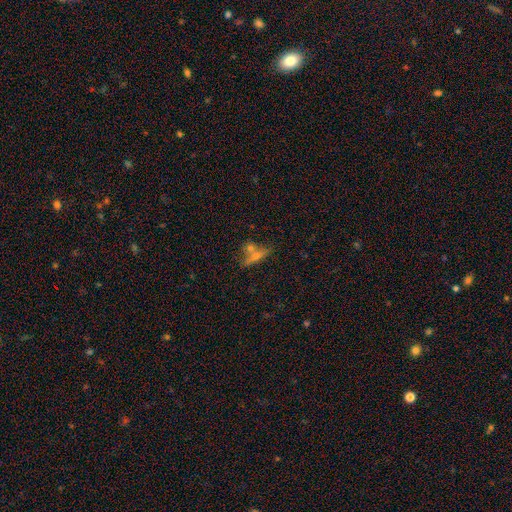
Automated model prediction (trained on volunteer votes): Smooth or featured? featured or disk (45%)
Merging? none (50%)